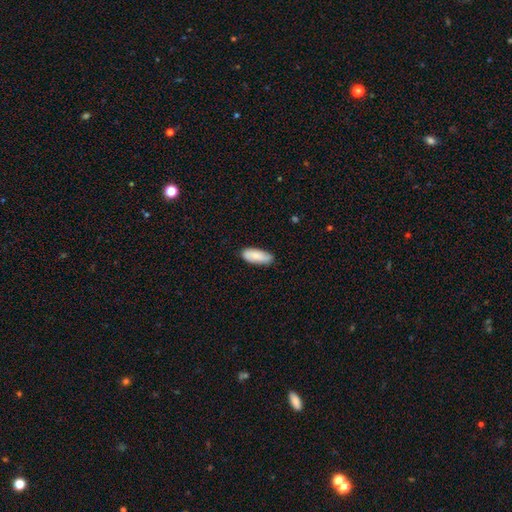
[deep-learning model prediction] Smooth or featured: smooth — 85% (featured or disk — 9%)
How rounded: in between — 78% (cigar-shaped — 20%)
Merging: none — 78% (minor disturbance — 18%)